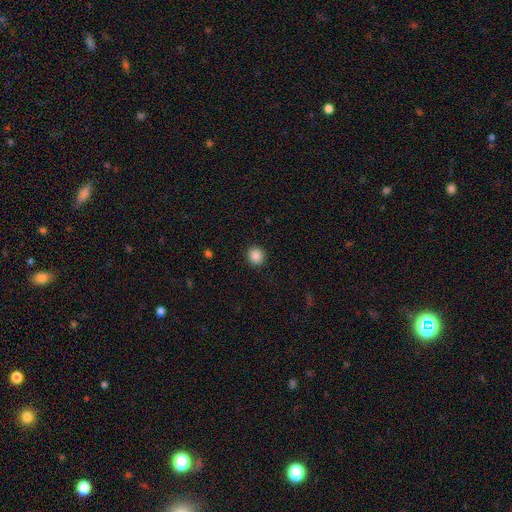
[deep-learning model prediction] smooth 88%, star or artifact 10%, featured or disk 3%. Down the decision tree: how rounded — round (90%); merging — none (92%).